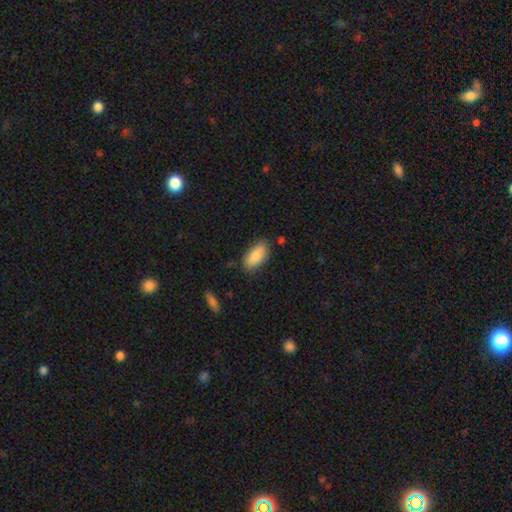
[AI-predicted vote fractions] smooth-or-featured: smooth: 88% | star or artifact: 6% | featured or disk: 6%
  how-rounded: in between: 87% | cigar-shaped: 11% | round: 2%
  merging: none: 81% | minor disturbance: 14% | major disturbance: 3% | merger: 2%